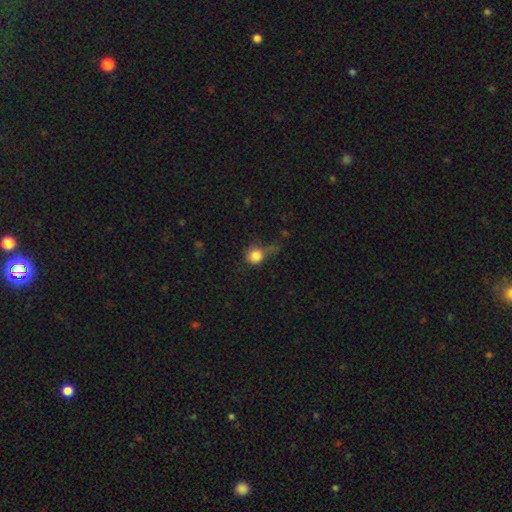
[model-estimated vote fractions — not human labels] This is clearly a smooth galaxy (82%). How rounded: clearly round (88%). Merging: possibly none (46%).